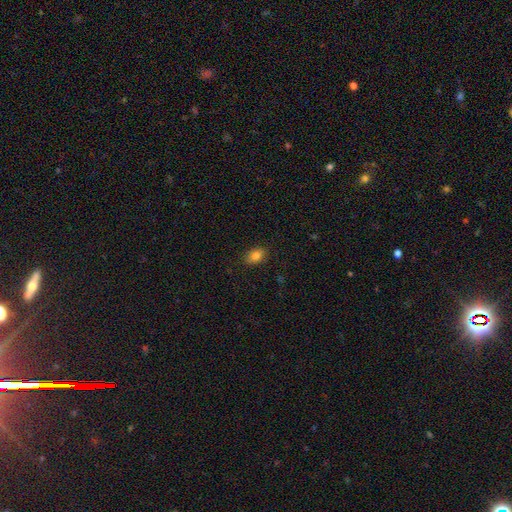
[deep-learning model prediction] The model was most divided on "how rounded": in between: 80%, round: 19%, cigar-shaped: 2%. More confident: merging — none (86%); smooth or featured — smooth (83%).